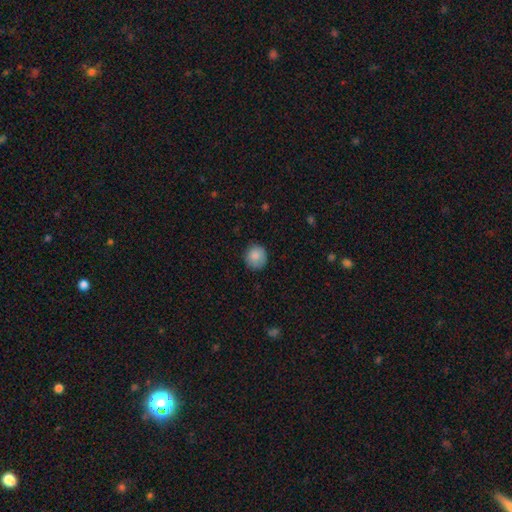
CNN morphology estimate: Smooth or featured?
  - smooth: 87% *
  - star or artifact: 8%
  - featured or disk: 5%
How rounded?
  - round: 89% *
  - in between: 10%
  - cigar-shaped: 1%
Merging?
  - none: 85% *
  - minor disturbance: 12%
  - major disturbance: 2%
  - merger: 1%